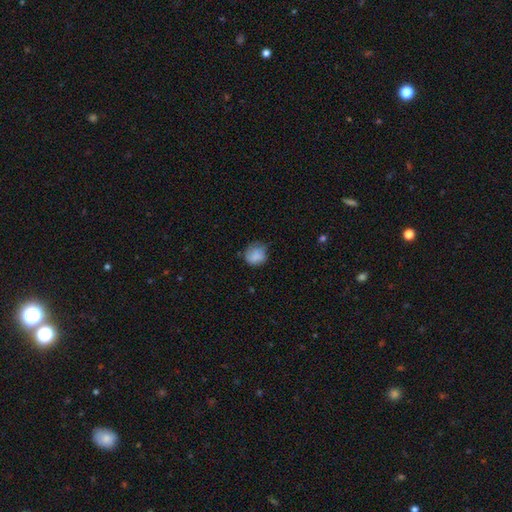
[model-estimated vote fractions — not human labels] smooth-or-featured: smooth: 77% | featured or disk: 15% | star or artifact: 8%
  how-rounded: round: 76% | in between: 23% | cigar-shaped: 1%
  merging: none: 56% | minor disturbance: 31% | major disturbance: 11% | merger: 1%